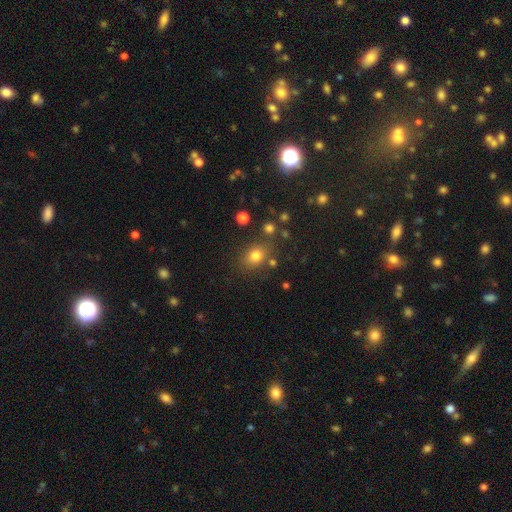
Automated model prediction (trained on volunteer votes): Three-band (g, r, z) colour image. It shows a smooth galaxy with no disk features (78%) that is in between round and cigar-shaped (52%). Merging: none (75%).